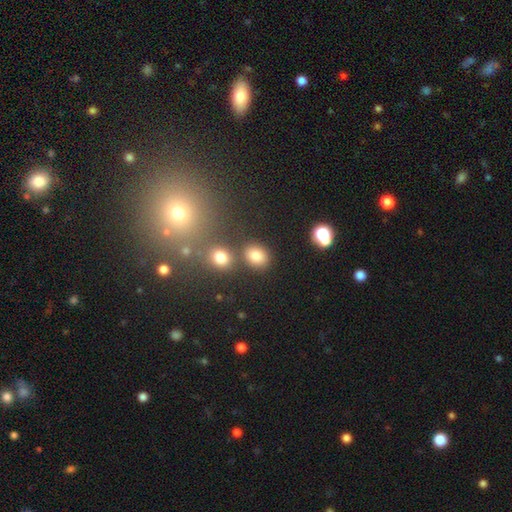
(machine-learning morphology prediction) Smooth or featured? Predicted: smooth (p=0.80). How rounded? Predicted: round (p=0.56). Merging? Predicted: none (p=0.75).